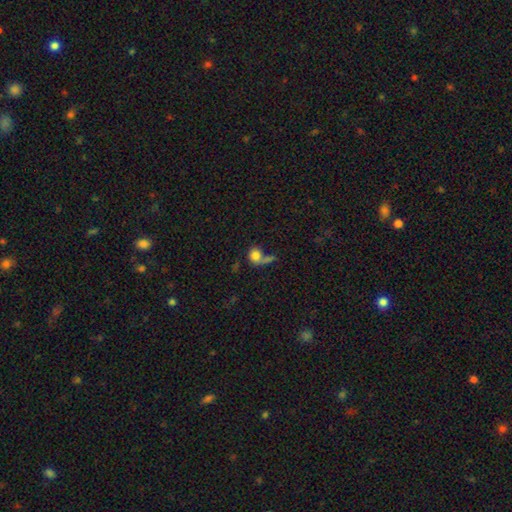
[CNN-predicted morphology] smooth_or_featured: smooth (p=0.75) [alt: featured or disk p=0.14]
how_rounded: round (p=0.72) [alt: in between p=0.26]
merging: none (p=0.34) [alt: merger p=0.32]